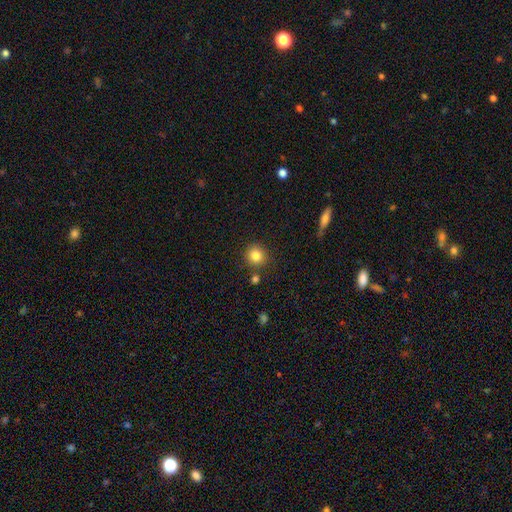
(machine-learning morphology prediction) Q: Smooth or featured?
A: smooth (84%); runner-up: star or artifact (10%)
Q: How rounded?
A: round (90%); runner-up: in between (9%)
Q: Merging?
A: none (85%); runner-up: minor disturbance (8%)